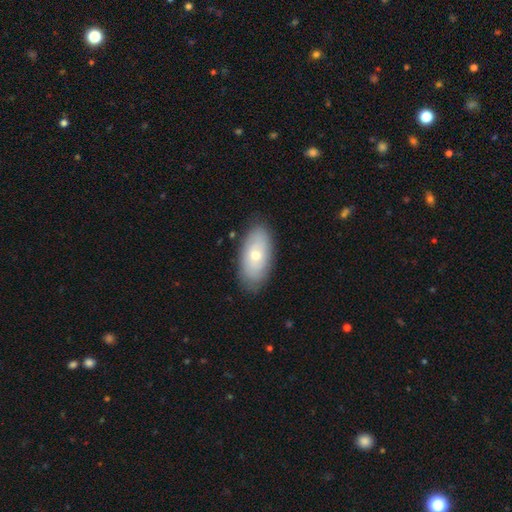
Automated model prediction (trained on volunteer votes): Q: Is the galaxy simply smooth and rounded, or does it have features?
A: smooth — 56%.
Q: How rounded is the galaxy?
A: in between — 91%.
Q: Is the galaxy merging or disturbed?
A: none — 85%.